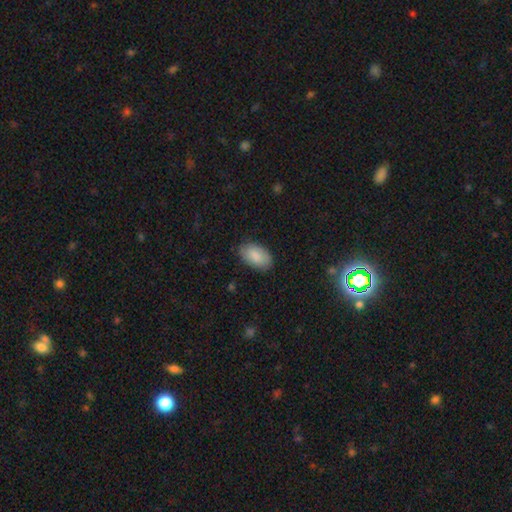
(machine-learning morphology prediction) This appears to be a smooth galaxy with no disk features (86%) that is in between round and cigar-shaped (95%). Merging: none (84%).